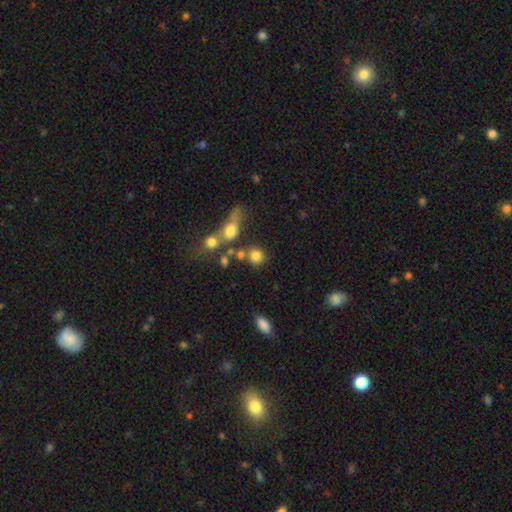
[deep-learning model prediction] smooth-or-featured: smooth: 80% | star or artifact: 11% | featured or disk: 9%
  how-rounded: round: 83% | in between: 15% | cigar-shaped: 2%
  merging: none: 57% | merger: 25% | minor disturbance: 11% | major disturbance: 7%